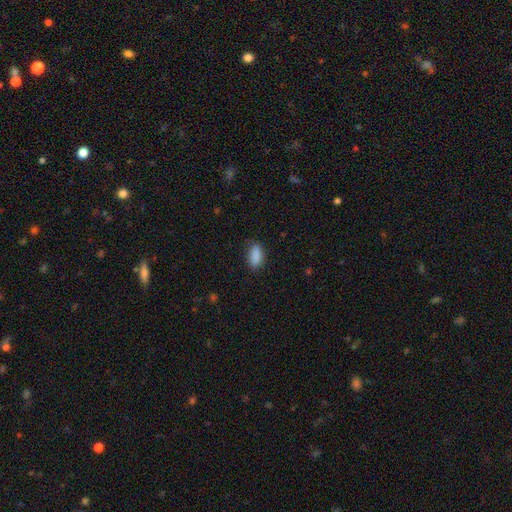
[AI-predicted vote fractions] This appears to be a smooth galaxy with no disk features (89%) that is in between round and cigar-shaped (81%). Merging: none (83%).